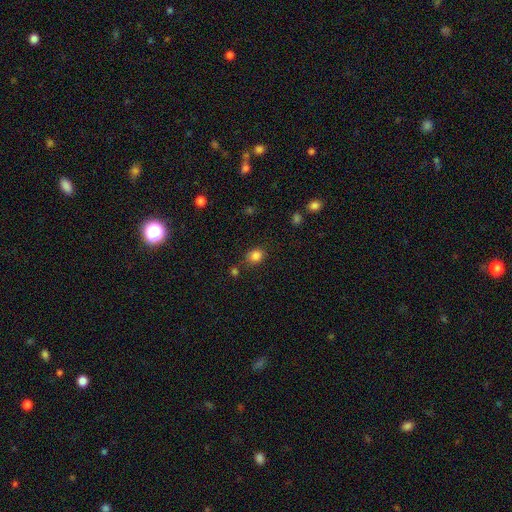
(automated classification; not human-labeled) This is clearly a smooth galaxy (83%). How rounded: likely round (64%). Merging: likely none (76%).